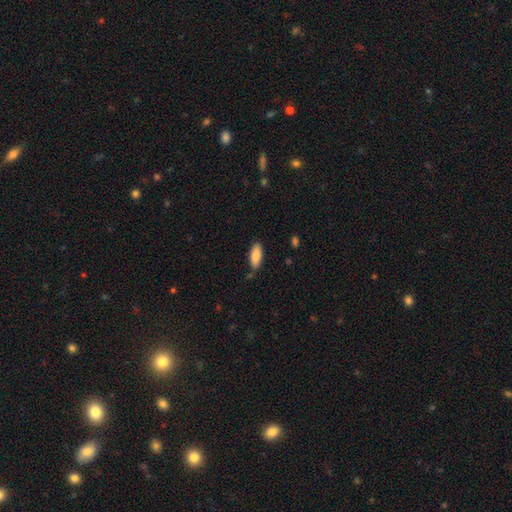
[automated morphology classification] type=smooth (85%); roundness=in between (75%); merging=none (79%).